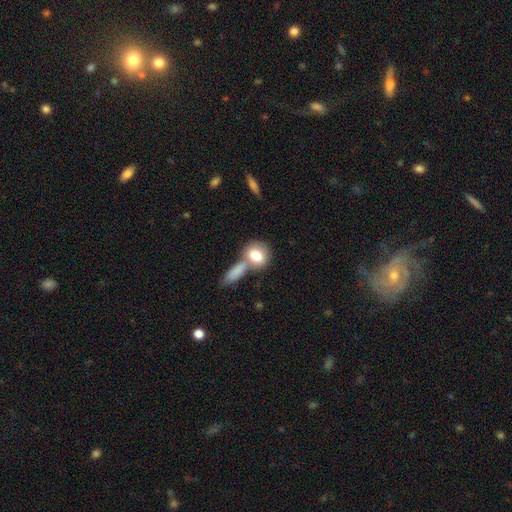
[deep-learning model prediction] Smooth or featured? smooth (77%)
How rounded? round (60%)
Merging? none (45%)